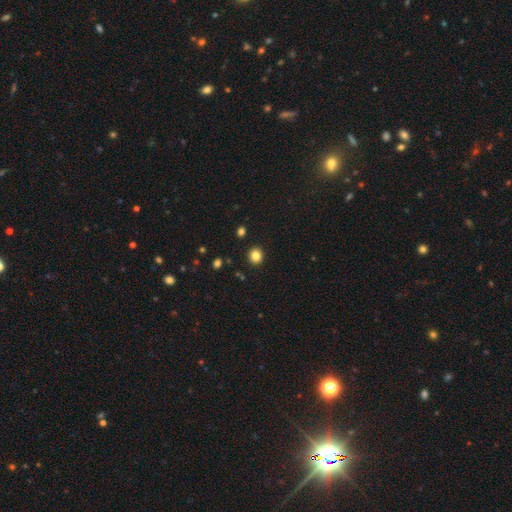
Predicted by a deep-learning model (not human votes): Smooth or featured: smooth — 85% (star or artifact — 11%)
How rounded: round — 86% (in between — 13%)
Merging: none — 92% (minor disturbance — 5%)